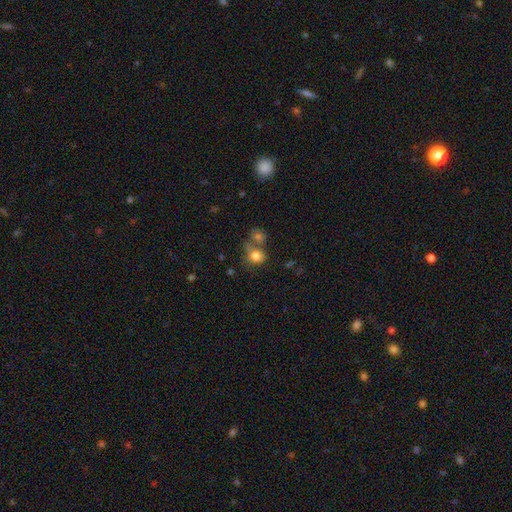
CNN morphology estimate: A smooth galaxy with no disk features (79%) that is round (65%). Merging: none (41%).